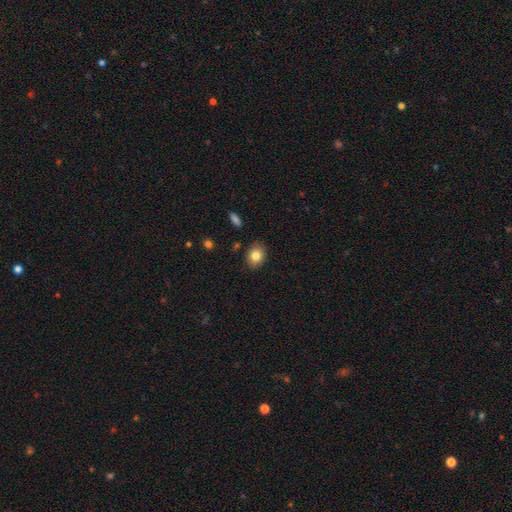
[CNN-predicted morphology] Smooth or featured?
  - smooth: 81% *
  - featured or disk: 9%
  - star or artifact: 9%
How rounded?
  - in between: 53% *
  - round: 46%
  - cigar-shaped: 1%
Merging?
  - none: 86% *
  - minor disturbance: 10%
  - major disturbance: 2%
  - merger: 2%